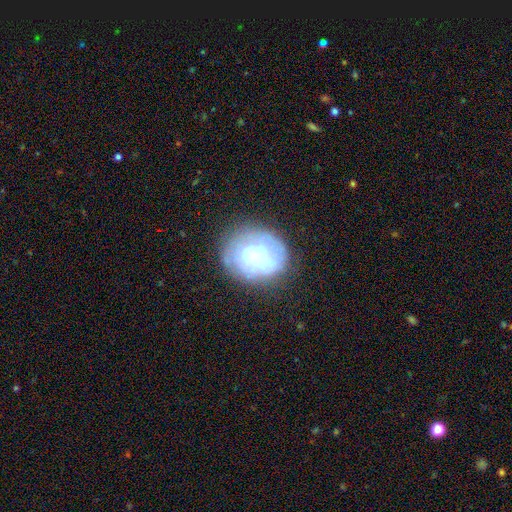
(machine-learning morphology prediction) Smooth or featured?
  - smooth: 46% *
  - featured or disk: 44%
  - star or artifact: 10%
Merging?
  - none: 63% *
  - minor disturbance: 22%
  - major disturbance: 13%
  - merger: 3%